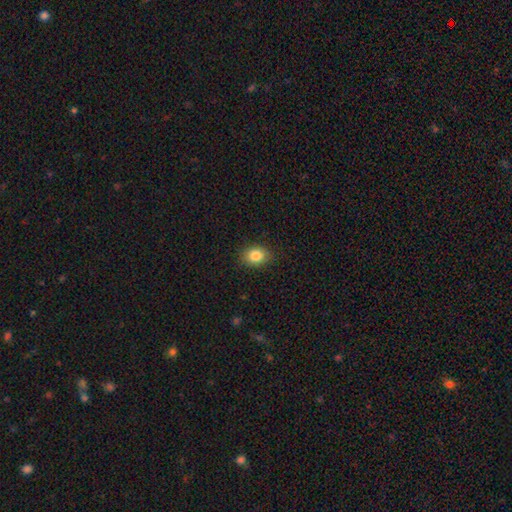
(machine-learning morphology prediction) type=smooth (84%); roundness=in between (57%); merging=none (87%).